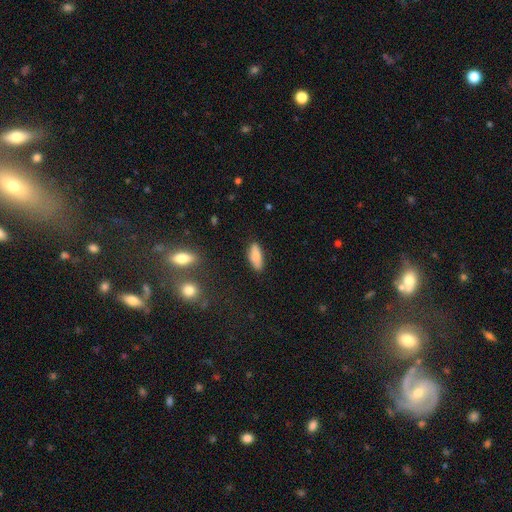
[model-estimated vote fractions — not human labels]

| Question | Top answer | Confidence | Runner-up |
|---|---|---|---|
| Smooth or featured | smooth | 83% | featured or disk (10%) |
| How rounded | in between | 67% | cigar-shaped (31%) |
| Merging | none | 79% | minor disturbance (16%) |